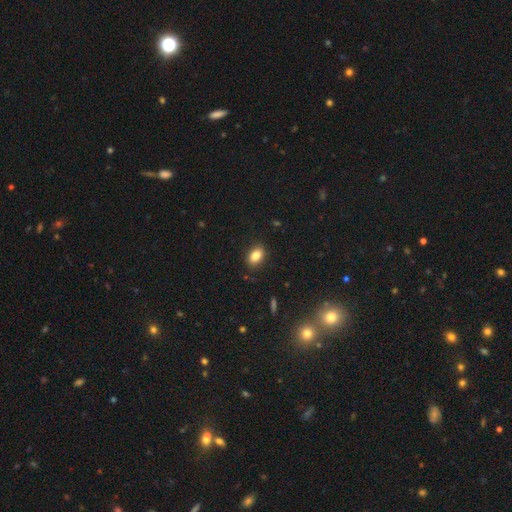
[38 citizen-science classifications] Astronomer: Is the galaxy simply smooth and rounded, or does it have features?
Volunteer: smooth — 87%.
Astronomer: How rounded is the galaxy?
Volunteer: in between — 91%.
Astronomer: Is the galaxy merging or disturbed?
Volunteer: none — 91%.